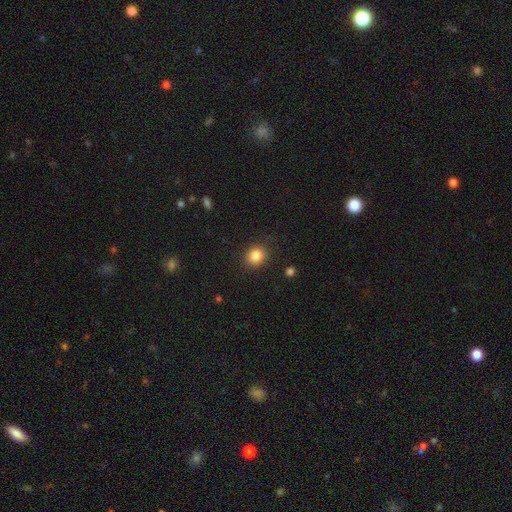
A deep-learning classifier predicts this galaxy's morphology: smooth 85%, star or artifact 10%, featured or disk 5%. Down the decision tree: how rounded — round (76%); merging — none (88%).